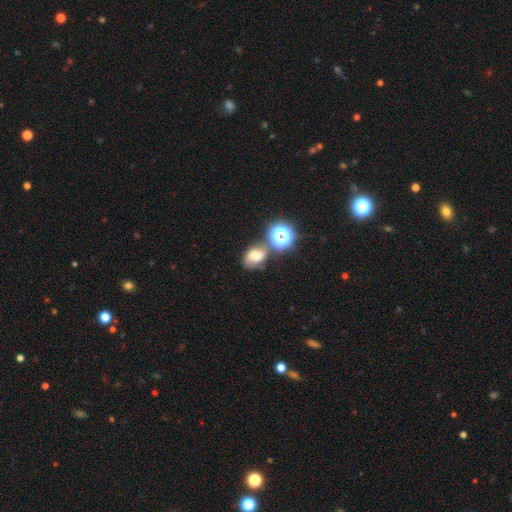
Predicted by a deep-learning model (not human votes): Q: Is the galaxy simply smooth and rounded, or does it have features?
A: smooth — 53%.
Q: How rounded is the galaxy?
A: in between — 60%.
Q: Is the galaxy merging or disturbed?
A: none — 45%.